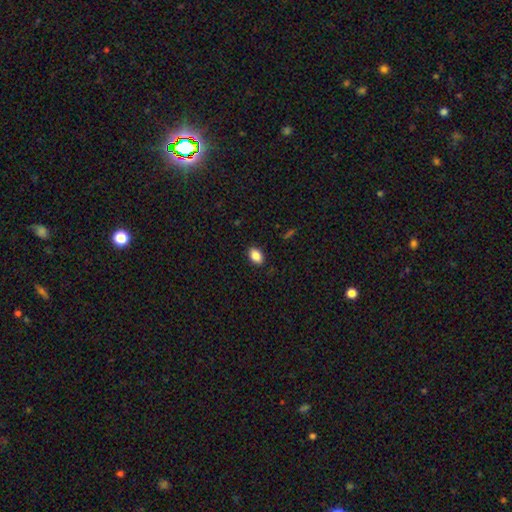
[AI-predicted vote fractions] Morphology: type=smooth (87%); roundness=in between (87%); merging=none (88%).